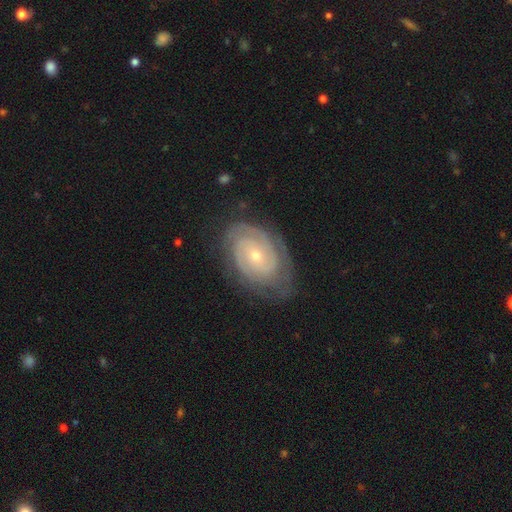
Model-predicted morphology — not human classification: Overall: featured or disk (86%). Edge-on disk: no (97%). Bar: no (68%). Spiral arms: yes (96%). Spiral arm count: 2 (46%; can't tell 25%). Spiral winding: tight (79%). Bulge size: small (64%; moderate 33%). Merging: none (74%).